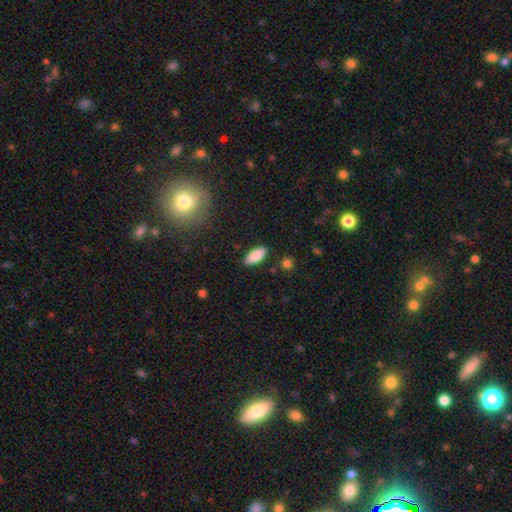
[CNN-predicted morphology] The model was most divided on "smooth or featured": smooth: 84%, featured or disk: 9%, star or artifact: 7%. More confident: how rounded — in between (88%); merging — none (87%).